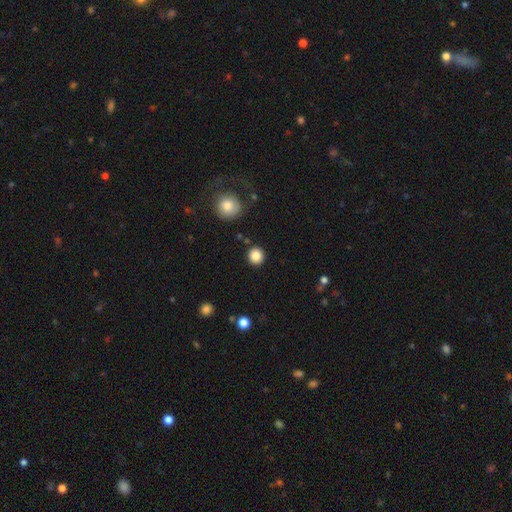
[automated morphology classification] Smooth or featured: smooth — 86% (star or artifact — 10%)
How rounded: round — 93% (in between — 6%)
Merging: none — 90% (minor disturbance — 6%)